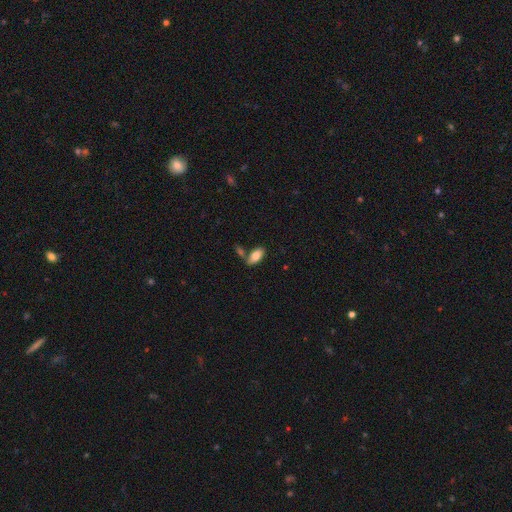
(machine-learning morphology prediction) Smooth or featured?
  - smooth: 81% *
  - featured or disk: 12%
  - star or artifact: 7%
How rounded?
  - in between: 90% *
  - cigar-shaped: 7%
  - round: 3%
Merging?
  - none: 56% *
  - merger: 25%
  - minor disturbance: 14%
  - major disturbance: 5%